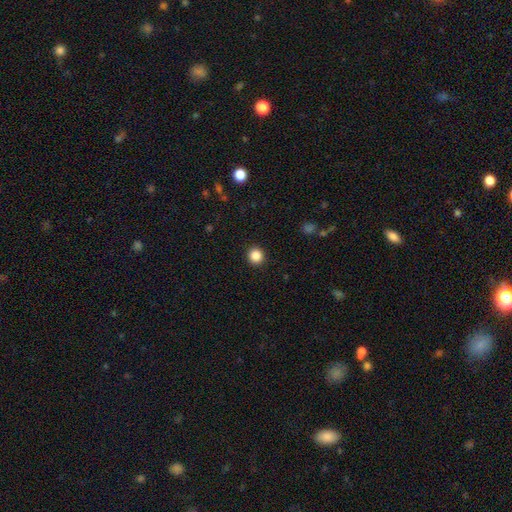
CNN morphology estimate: Smooth or featured?
  - smooth: 86% *
  - star or artifact: 11%
  - featured or disk: 3%
How rounded?
  - round: 92% *
  - in between: 7%
  - cigar-shaped: 1%
Merging?
  - none: 93% *
  - minor disturbance: 4%
  - major disturbance: 2%
  - merger: 1%